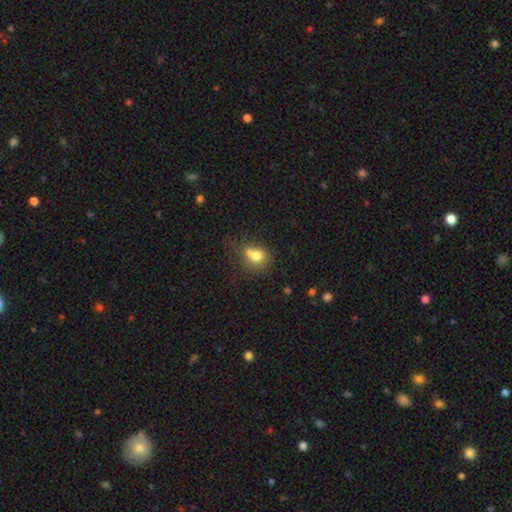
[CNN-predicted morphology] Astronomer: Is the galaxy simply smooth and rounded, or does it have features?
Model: smooth — 72%.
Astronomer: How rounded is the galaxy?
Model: round — 68%.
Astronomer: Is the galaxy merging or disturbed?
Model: merger — 43% (runner-up: none, 35%).